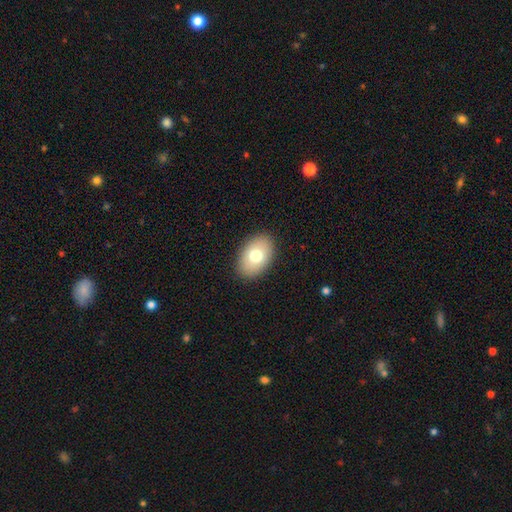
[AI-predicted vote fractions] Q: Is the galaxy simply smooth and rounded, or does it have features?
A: smooth — 74%.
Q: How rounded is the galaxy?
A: in between — 87%.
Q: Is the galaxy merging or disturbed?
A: none — 89%.